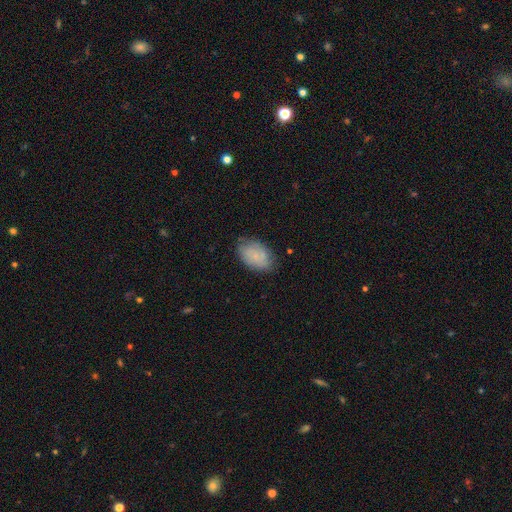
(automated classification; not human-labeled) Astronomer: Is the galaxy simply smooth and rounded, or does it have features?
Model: smooth — 74%.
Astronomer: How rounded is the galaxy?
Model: in between — 91%.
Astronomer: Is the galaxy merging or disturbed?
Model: none — 73%.